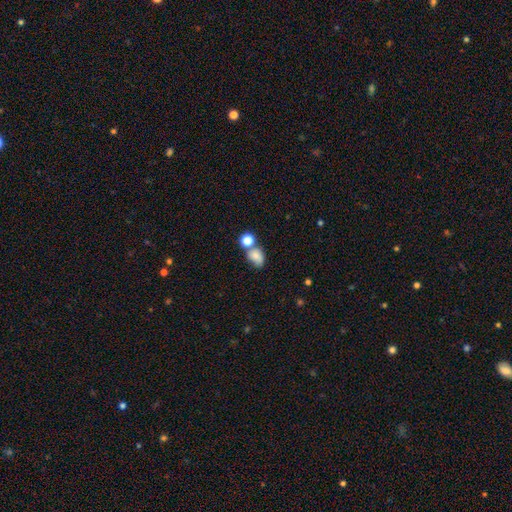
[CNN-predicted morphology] smooth-or-featured: smooth: 77% | featured or disk: 12% | star or artifact: 11%
  how-rounded: in between: 65% | round: 33% | cigar-shaped: 1%
  merging: none: 41% | merger: 34% | minor disturbance: 17% | major disturbance: 8%